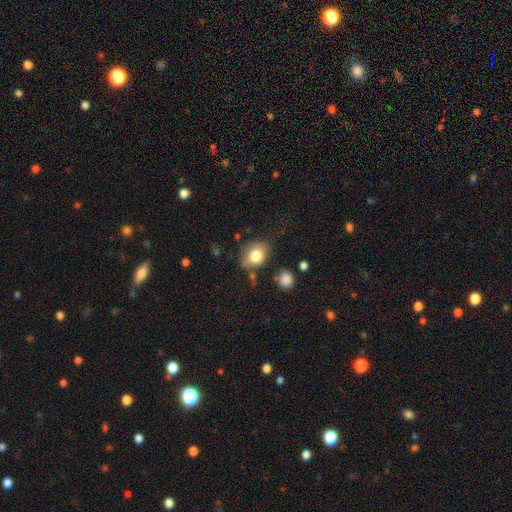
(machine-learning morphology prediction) Smooth or featured? smooth (78%)
How rounded? in between (61%)
Merging? none (69%)